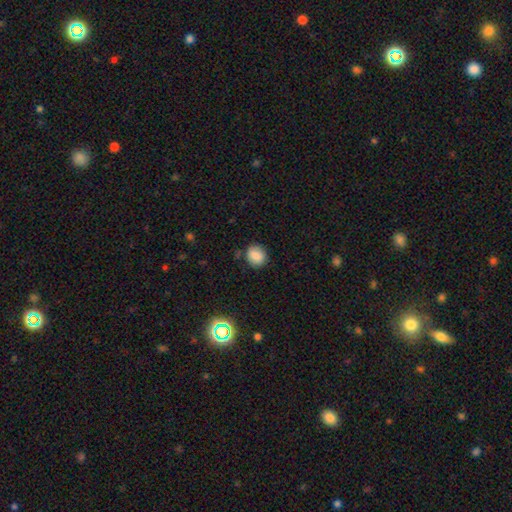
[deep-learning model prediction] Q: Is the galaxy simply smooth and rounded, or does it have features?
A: smooth — 85%.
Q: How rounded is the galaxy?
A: round — 73%.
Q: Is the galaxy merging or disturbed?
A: none — 82%.